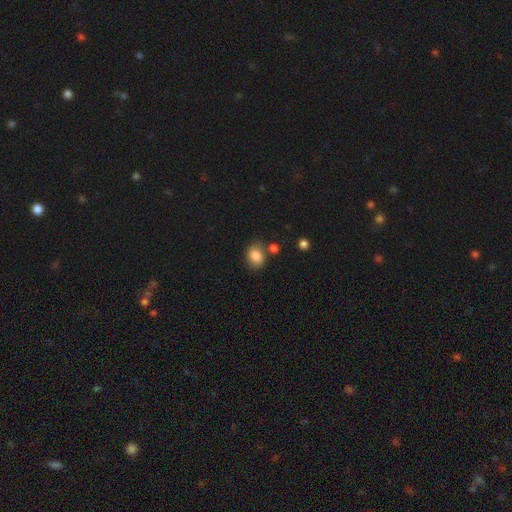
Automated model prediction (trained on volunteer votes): smooth-or-featured: smooth: 83% | star or artifact: 9% | featured or disk: 7%
  how-rounded: in between: 61% | round: 38% | cigar-shaped: 1%
  merging: none: 63% | minor disturbance: 19% | merger: 12% | major disturbance: 6%